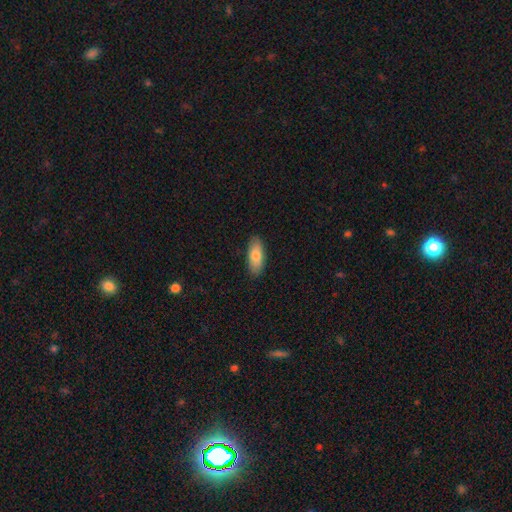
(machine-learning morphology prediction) type=smooth (81%); roundness=in between (82%); merging=none (88%).